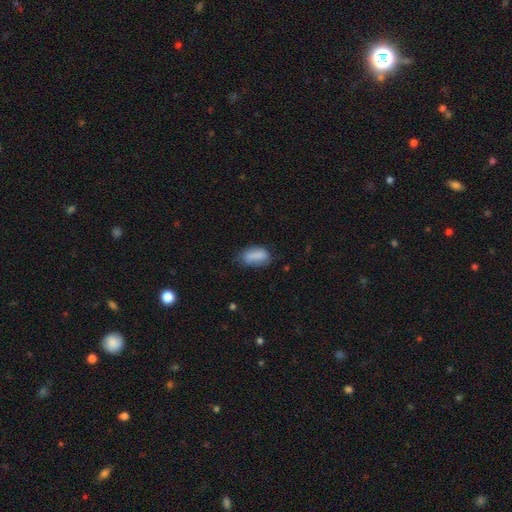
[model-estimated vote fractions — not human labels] A smooth galaxy with no disk features (82%) that is in between round and cigar-shaped (89%). Merging: none (56%).